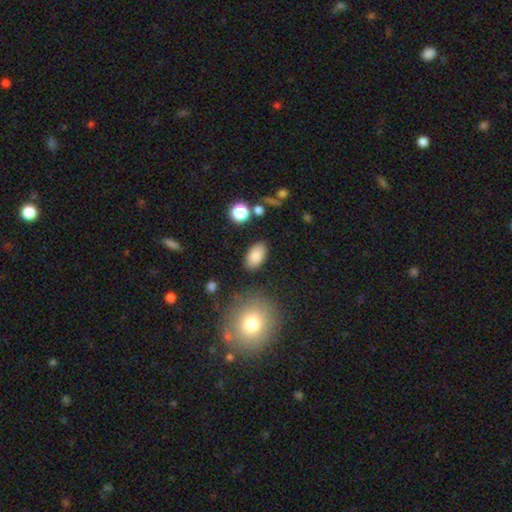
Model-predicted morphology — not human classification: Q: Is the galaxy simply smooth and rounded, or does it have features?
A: smooth — 84%.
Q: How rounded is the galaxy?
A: in between — 92%.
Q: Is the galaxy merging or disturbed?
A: none — 85%.